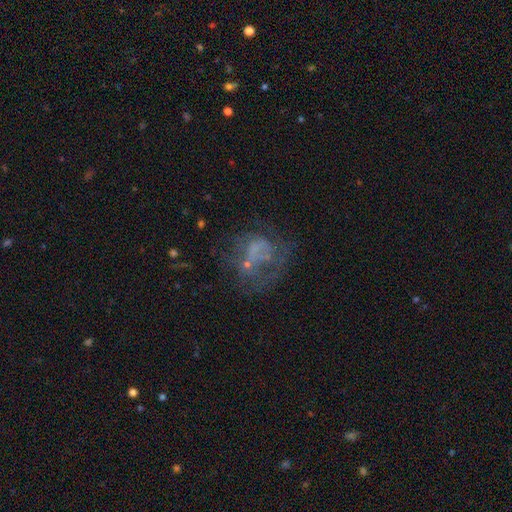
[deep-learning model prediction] Morphology: type=featured or disk (52%); edge-on=no (97%); bar=no (86%); spiral arms=no (80%); bulge=none (70%); merging=none (40%).